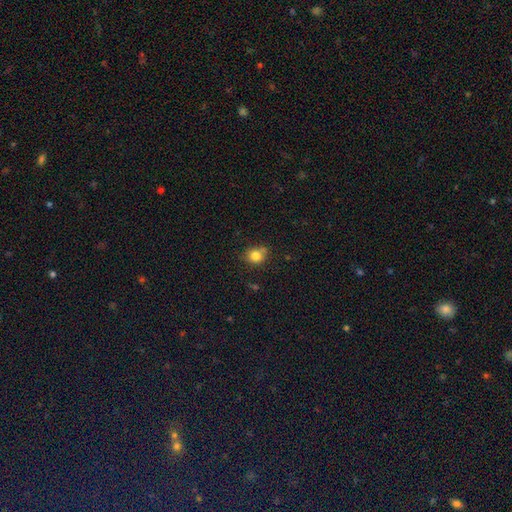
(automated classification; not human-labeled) Smooth or featured?
  - smooth: 81% *
  - star or artifact: 12%
  - featured or disk: 7%
How rounded?
  - round: 75% *
  - in between: 25%
  - cigar-shaped: 1%
Merging?
  - none: 70% *
  - minor disturbance: 17%
  - merger: 9%
  - major disturbance: 4%